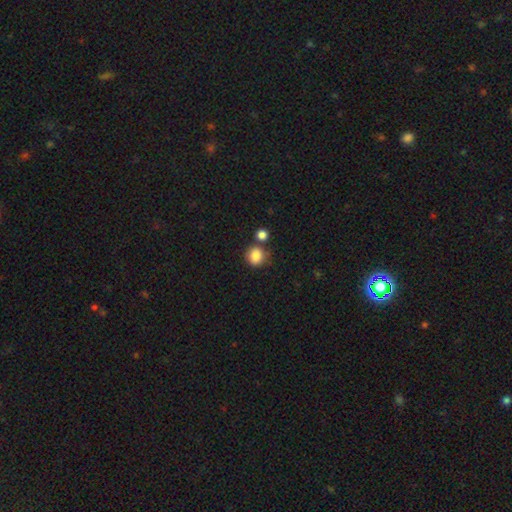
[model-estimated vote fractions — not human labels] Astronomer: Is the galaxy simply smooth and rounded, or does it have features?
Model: smooth — 86%.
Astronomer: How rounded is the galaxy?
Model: round — 83%.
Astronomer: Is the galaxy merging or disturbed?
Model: none — 67%.